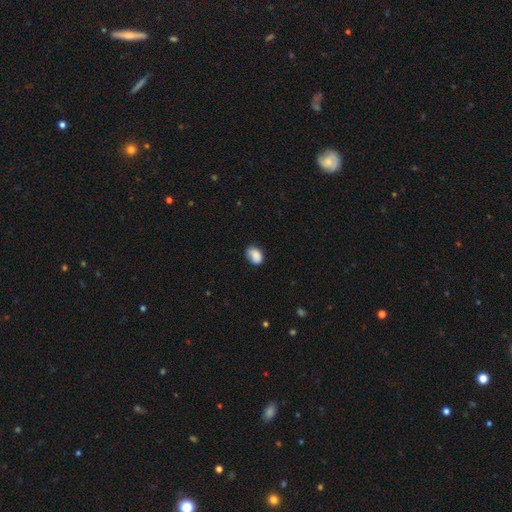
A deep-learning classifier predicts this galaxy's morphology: type=smooth (85%); roundness=in between (79%); merging=none (64%).